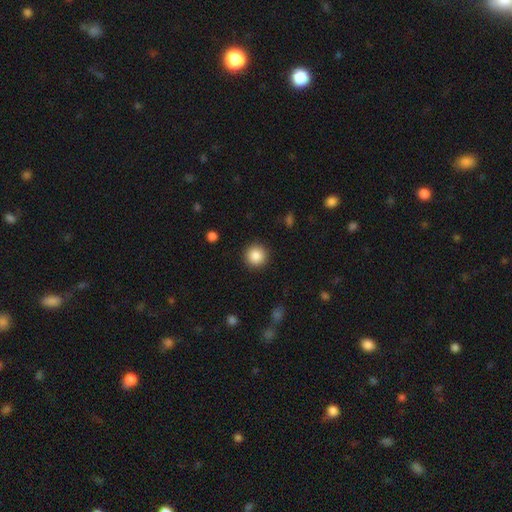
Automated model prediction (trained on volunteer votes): This is clearly a smooth galaxy (87%). How rounded: clearly round (95%). Merging: clearly none (92%).